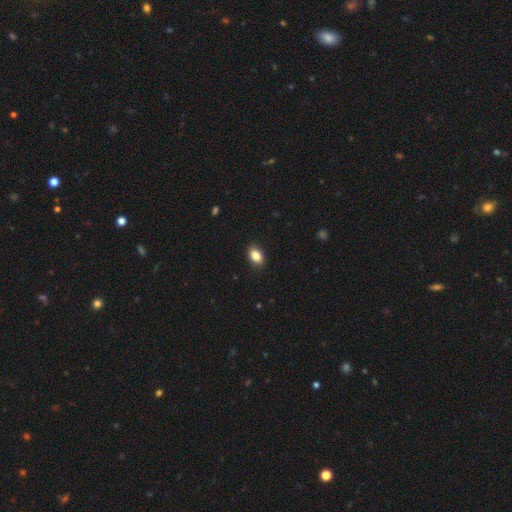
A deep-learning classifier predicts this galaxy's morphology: A smooth galaxy with no disk features (86%) that is in between round and cigar-shaped (86%).

Vote fractions:
- Smooth or featured? smooth: 86% / star or artifact: 8% / featured or disk: 6%
- How rounded? in between: 86% / round: 12% / cigar-shaped: 2%
- Merging? none: 90% / minor disturbance: 8% / major disturbance: 2% / merger: 1%